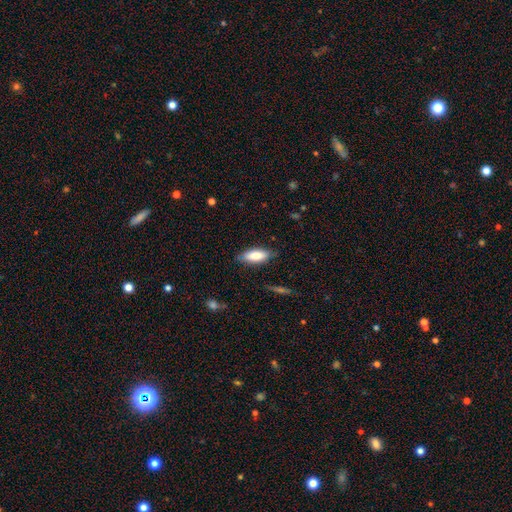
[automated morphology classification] type=smooth (78%); roundness=in between (77%); merging=none (81%).